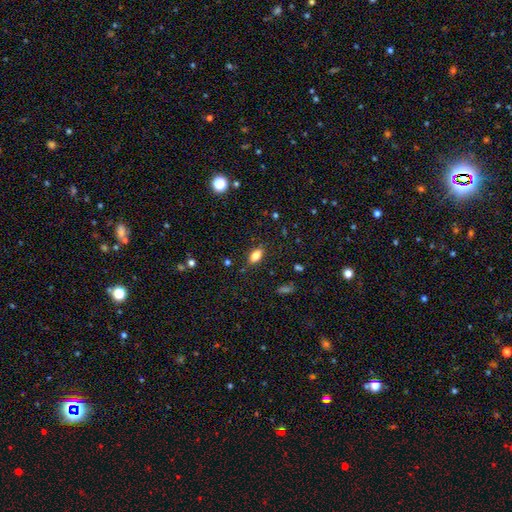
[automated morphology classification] This appears to be a smooth galaxy with no disk features (81%) that is in between round and cigar-shaped (87%). Merging: none (85%).